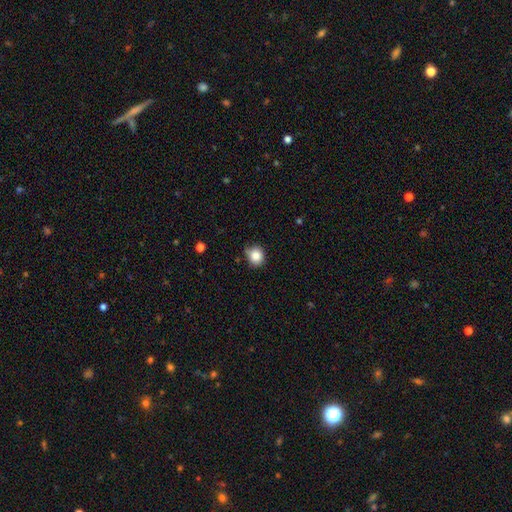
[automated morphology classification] Smooth or featured: smooth — 85% (star or artifact — 10%)
How rounded: round — 83% (in between — 16%)
Merging: none — 69% (minor disturbance — 24%)